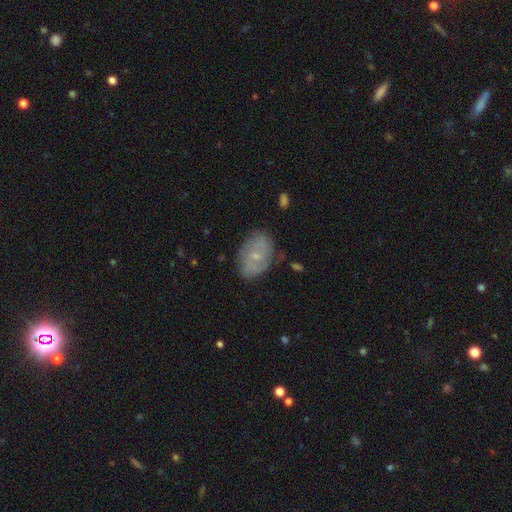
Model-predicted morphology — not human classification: Smooth or featured?
  - featured or disk: 60% *
  - smooth: 31%
  - star or artifact: 8%
Edge-on disk?
  - no: 96% *
  - yes: 4%
Bar?
  - no: 53% *
  - weak: 41%
  - strong: 7%
Spiral arms?
  - yes: 79% *
  - no: 21%
Bulge size?
  - small: 68% *
  - moderate: 24%
  - none: 6%
  - large: 1%
  - dominant: 1%
Merging?
  - none: 76% *
  - minor disturbance: 17%
  - major disturbance: 5%
  - merger: 2%